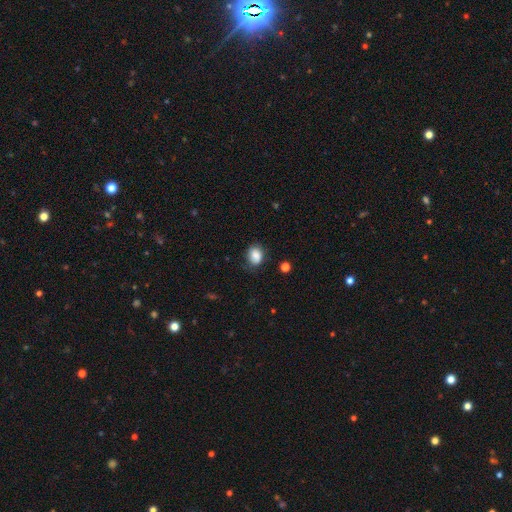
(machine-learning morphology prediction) Smooth or featured? Predicted: smooth (p=0.85). How rounded? Predicted: in between (p=0.61). Merging? Predicted: none (p=0.73).